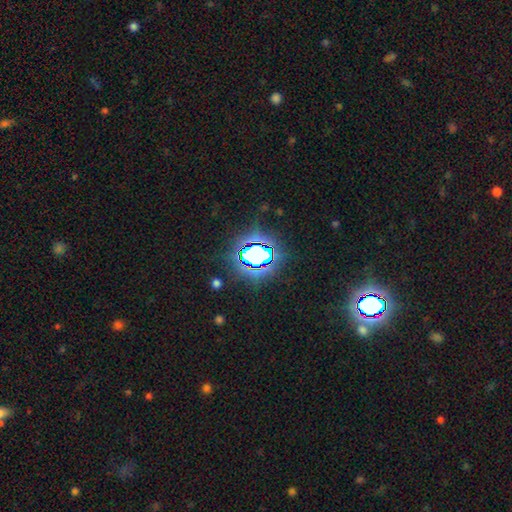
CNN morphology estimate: Q: Smooth or featured?
A: star or artifact (69%); runner-up: smooth (20%)